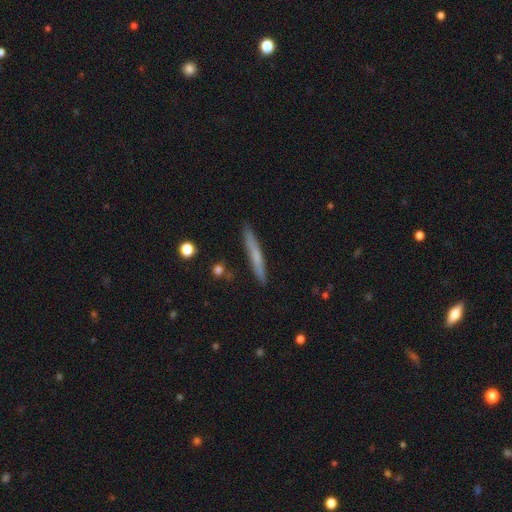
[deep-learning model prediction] Smooth or featured: smooth — 58% (featured or disk — 36%)
How rounded: cigar-shaped — 96% (in between — 3%)
Merging: none — 89% (minor disturbance — 8%)